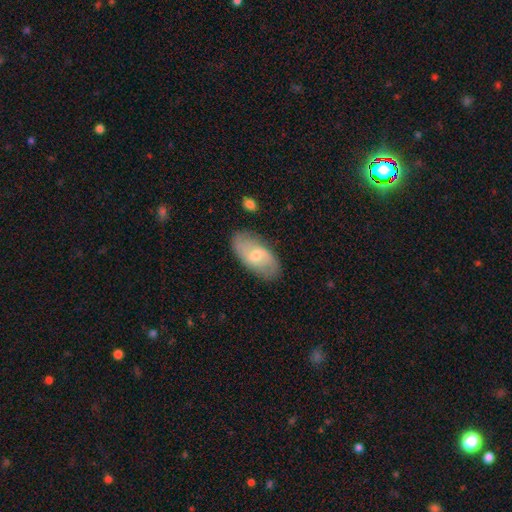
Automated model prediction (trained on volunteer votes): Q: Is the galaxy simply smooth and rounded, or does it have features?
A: featured or disk — 49%.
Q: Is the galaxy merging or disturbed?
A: none — 81%.